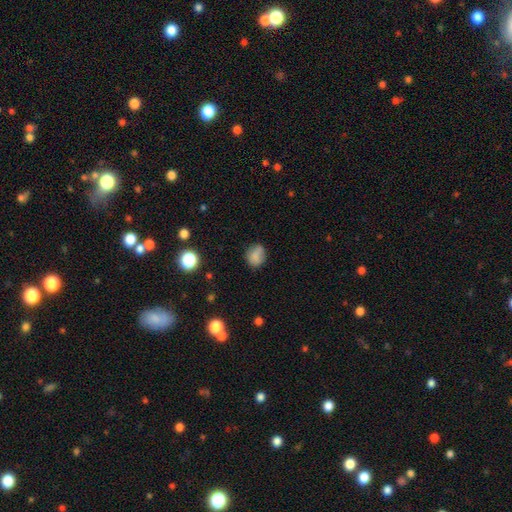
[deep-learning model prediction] The model was most divided on "how rounded": round: 64%, in between: 34%, cigar-shaped: 1%. More confident: smooth or featured — smooth (80%); merging — none (71%).